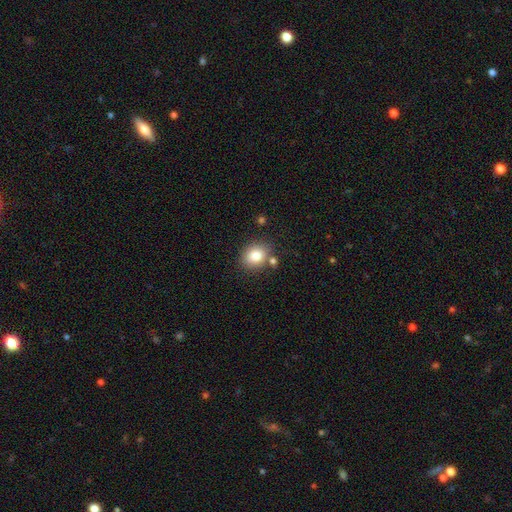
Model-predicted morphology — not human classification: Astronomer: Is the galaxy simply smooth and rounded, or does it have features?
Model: smooth — 83%.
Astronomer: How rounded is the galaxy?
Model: round — 54% (runner-up: in between, 45%).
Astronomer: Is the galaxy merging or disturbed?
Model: none — 75%.